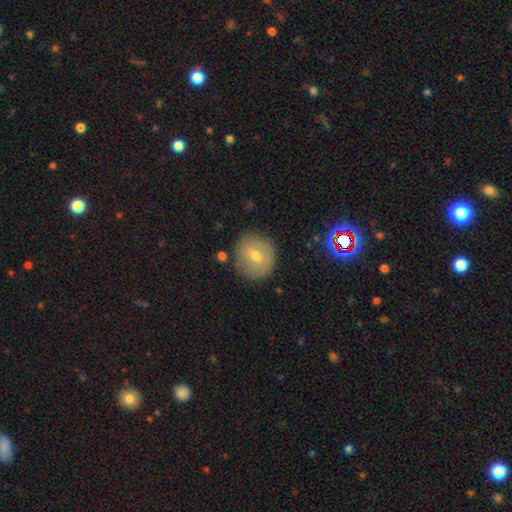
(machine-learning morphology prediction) A smooth galaxy with no disk features (53%) that is round (87%).

Vote fractions:
- Smooth or featured? smooth: 53% / featured or disk: 33% / star or artifact: 14%
- How rounded? round: 87% / in between: 12% / cigar-shaped: 1%
- Merging? none: 83% / minor disturbance: 12% / major disturbance: 3% / merger: 2%